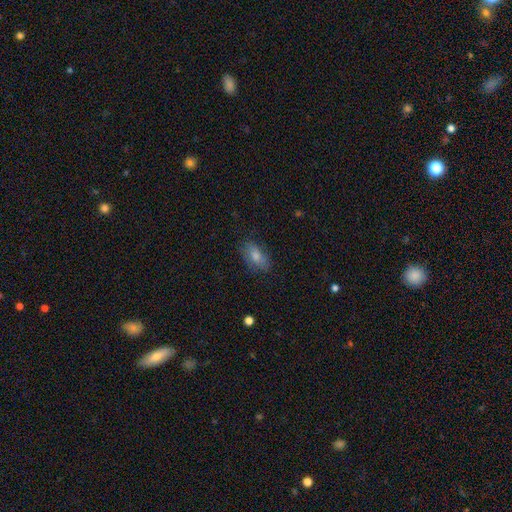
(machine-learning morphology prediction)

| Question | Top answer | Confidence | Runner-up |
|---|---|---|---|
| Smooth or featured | smooth | 67% | featured or disk (19%) |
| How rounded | in between | 86% | round (8%) |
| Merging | none | 80% | minor disturbance (15%) |